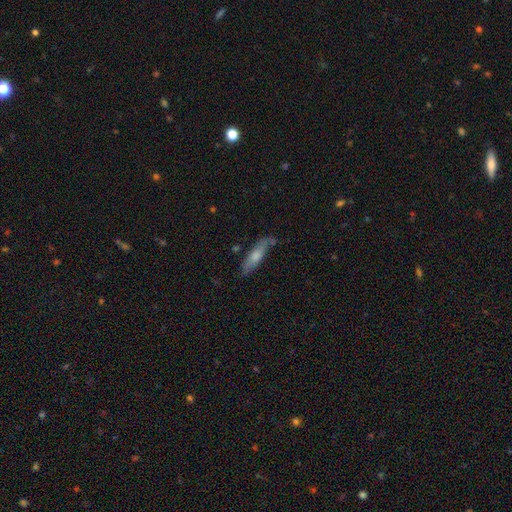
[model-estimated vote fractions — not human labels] Smooth or featured: smooth — 59% (featured or disk — 35%)
How rounded: cigar-shaped — 67% (in between — 31%)
Merging: none — 68% (minor disturbance — 21%)